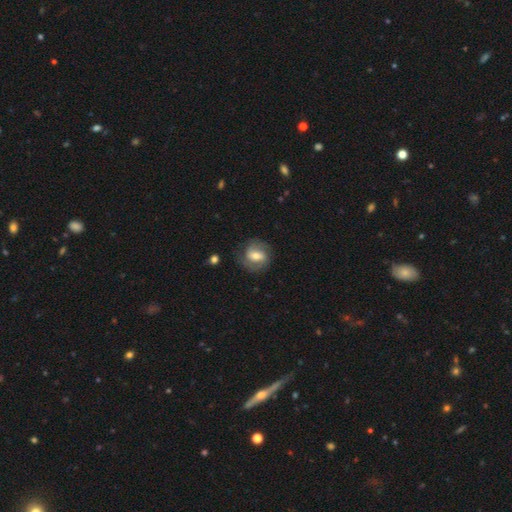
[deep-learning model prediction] smooth-or-featured: featured or disk: 63% | smooth: 30% | star or artifact: 7%
  disk-edge-on: no: 96% | yes: 4%
    bar: weak: 44% | strong: 32% | no: 24%
    has-spiral-arms: yes: 83% | no: 17%
      spiral-winding: medium: 44% | tight: 38% | loose: 18%
      spiral-arm-count: 2: 78% | can't tell: 12% | 1: 5% | 3: 3% | 4: 1% | more than 4: 1%
    bulge-size: moderate: 61% | small: 26% | large: 10% | none: 2% | dominant: 1%
  merging: none: 73% | minor disturbance: 16% | major disturbance: 9% | merger: 2%